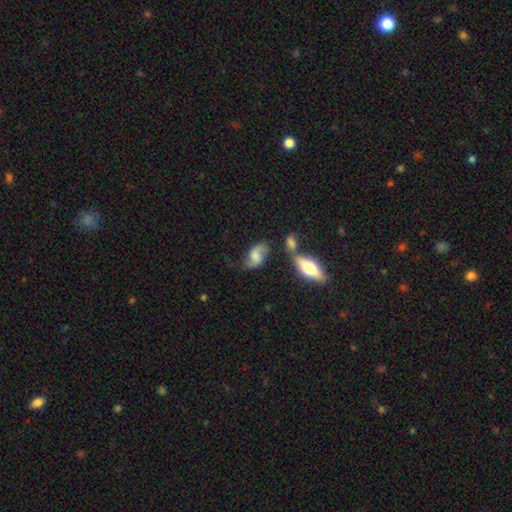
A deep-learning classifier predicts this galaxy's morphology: This is likely a featured or disk galaxy (62%). It is clearly not viewed edge-on (92%). Bar: possibly no (51%). Spiral arm pattern: clearly yes (90%). Spiral arm count: clearly 2 (90%). Spiral winding: likely loose (63%). Central bulge: marginally none (31%). Merging: possibly none (55%).